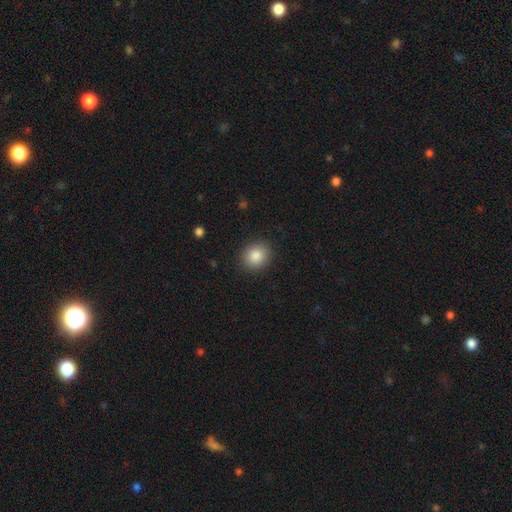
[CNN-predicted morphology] A smooth galaxy with no disk features (86%) that is round (73%). Merging: none (89%).